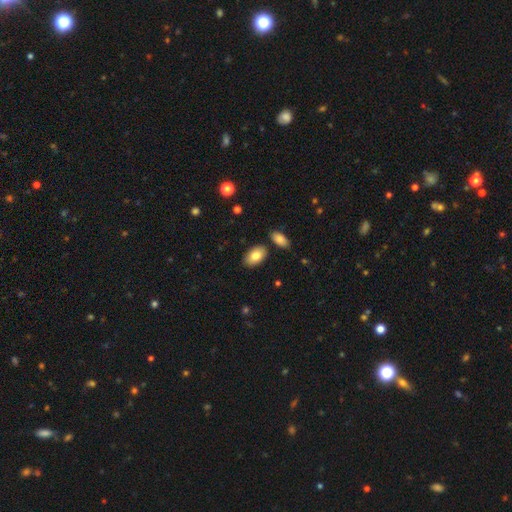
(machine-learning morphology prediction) smooth-or-featured: smooth: 81% | featured or disk: 12% | star or artifact: 7%
  how-rounded: in between: 93% | round: 5% | cigar-shaped: 2%
  merging: none: 82% | minor disturbance: 11% | merger: 5% | major disturbance: 2%